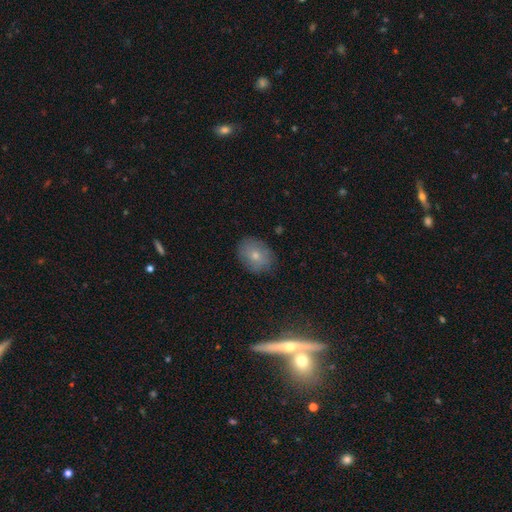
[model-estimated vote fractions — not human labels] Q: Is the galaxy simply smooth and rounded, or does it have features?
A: smooth — 72%.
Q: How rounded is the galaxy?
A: in between — 59%.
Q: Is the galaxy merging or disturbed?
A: none — 82%.